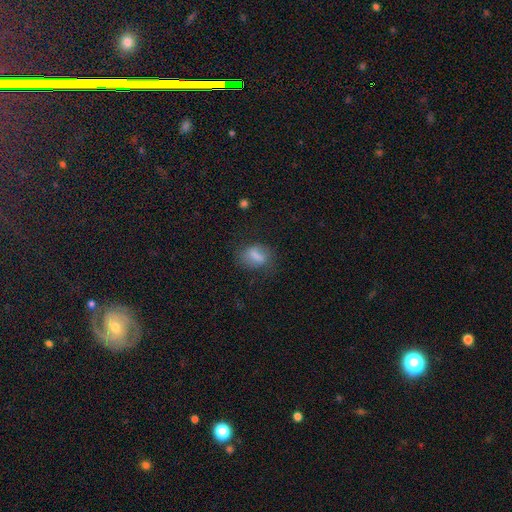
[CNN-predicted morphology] This is likely a smooth galaxy (73%). How rounded: likely in between (71%). Merging: likely none (65%).